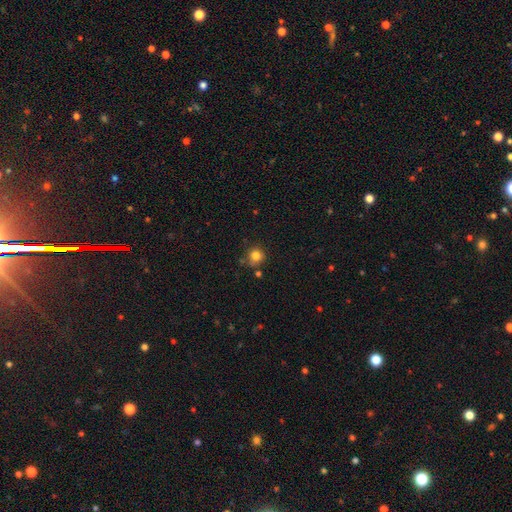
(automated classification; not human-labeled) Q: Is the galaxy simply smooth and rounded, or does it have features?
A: smooth — 81%.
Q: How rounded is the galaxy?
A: round — 91%.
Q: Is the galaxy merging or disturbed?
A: none — 75%.